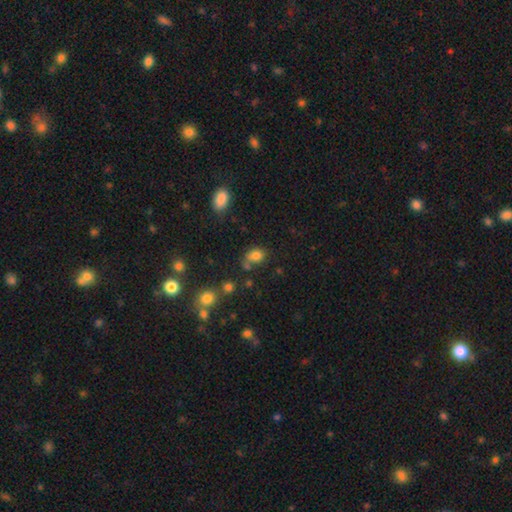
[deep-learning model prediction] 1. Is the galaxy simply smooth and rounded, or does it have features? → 80% smooth, 13% star or artifact, 7% featured or disk.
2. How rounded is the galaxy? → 64% in between, 35% round, 1% cigar-shaped.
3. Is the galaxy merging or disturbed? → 57% none, 20% minor disturbance, 16% merger, 7% major disturbance.